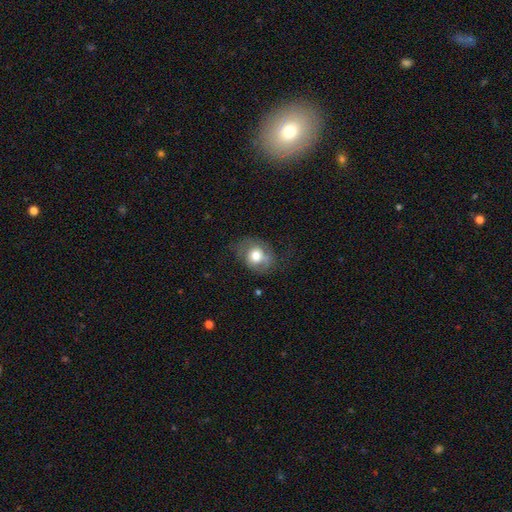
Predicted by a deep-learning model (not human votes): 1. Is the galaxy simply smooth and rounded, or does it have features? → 64% smooth, 27% featured or disk, 9% star or artifact.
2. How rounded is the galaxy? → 59% round, 40% in between, 1% cigar-shaped.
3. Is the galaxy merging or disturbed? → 50% none, 27% minor disturbance, 20% major disturbance, 2% merger.